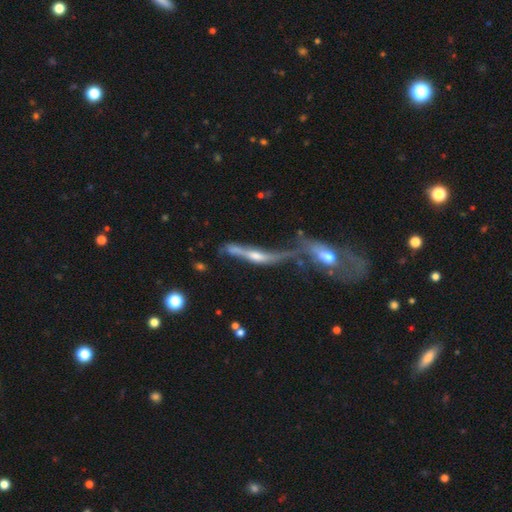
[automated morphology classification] The model was most divided on "merging": merger: 52%, none: 23%, major disturbance: 13%, minor disturbance: 12%. More confident: edge-on bulge — rounded (81%); edge-on disk — yes (74%); smooth or featured — featured or disk (72%).